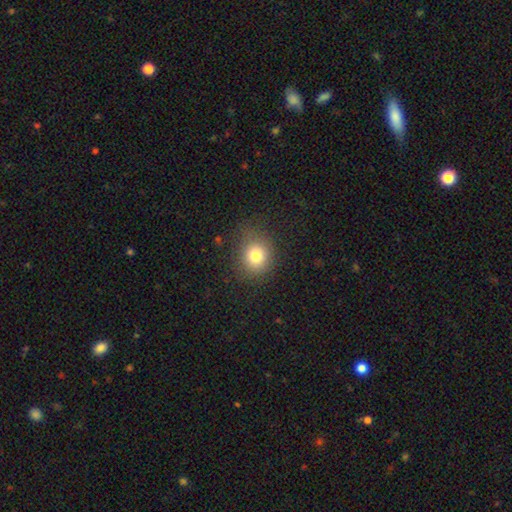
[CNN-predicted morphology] The model was most divided on "how rounded": round: 74%, in between: 26%, cigar-shaped: 1%. More confident: merging — none (79%); smooth or featured — smooth (78%).